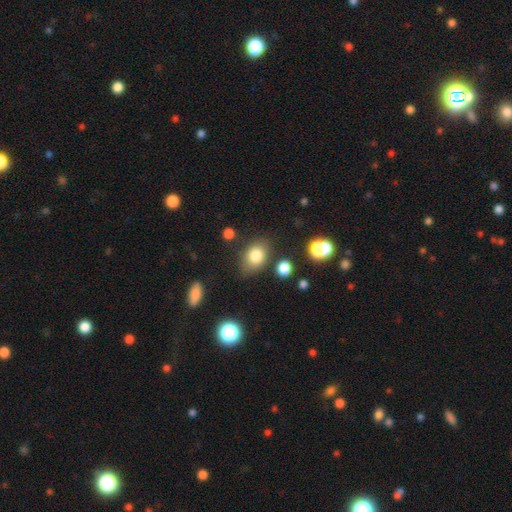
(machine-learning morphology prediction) A smooth galaxy with no disk features (81%) that is in between round and cigar-shaped (69%). Merging: none (73%).